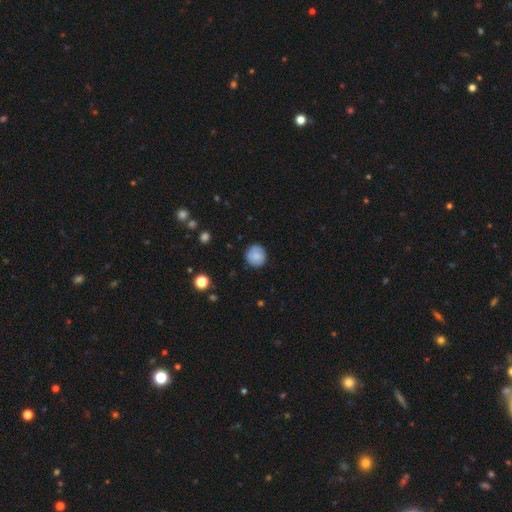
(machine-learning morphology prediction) smooth-or-featured: smooth: 81% | featured or disk: 11% | star or artifact: 8%
  how-rounded: round: 92% | in between: 7% | cigar-shaped: 1%
  merging: none: 86% | minor disturbance: 10% | major disturbance: 2% | merger: 1%